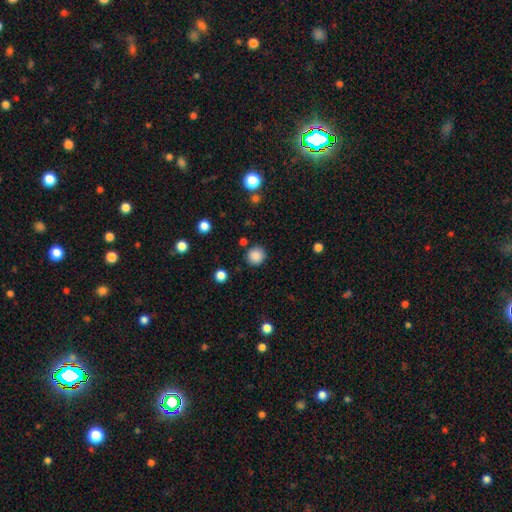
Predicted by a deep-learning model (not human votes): Morphology: type=smooth (86%); roundness=round (92%); merging=none (87%).